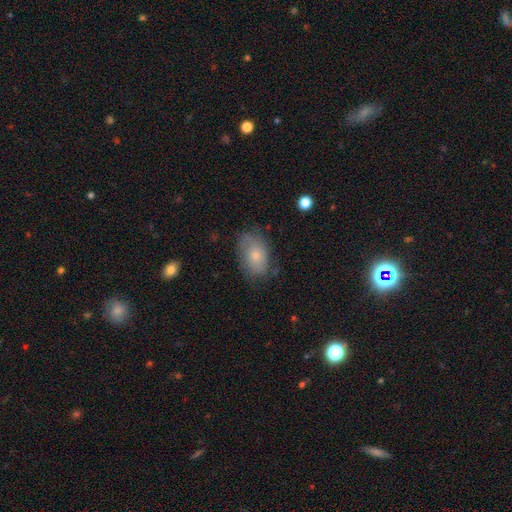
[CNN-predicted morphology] Smooth or featured: smooth — 63% (featured or disk — 29%)
How rounded: in between — 87% (round — 12%)
Merging: none — 66% (minor disturbance — 24%)